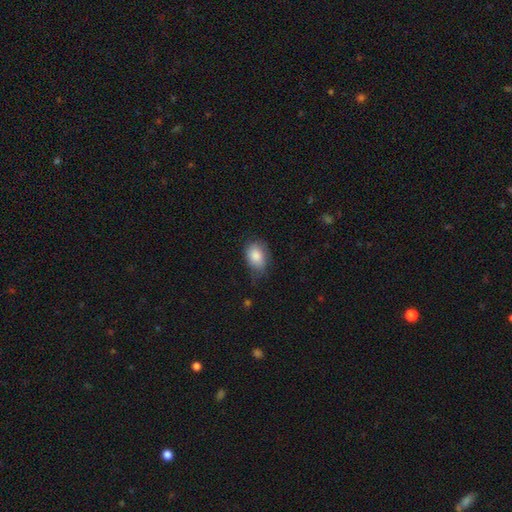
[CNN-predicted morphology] The model was most divided on "merging": none: 60%, minor disturbance: 31%, major disturbance: 7%, merger: 1%. More confident: smooth or featured — smooth (85%); how rounded — in between (79%).